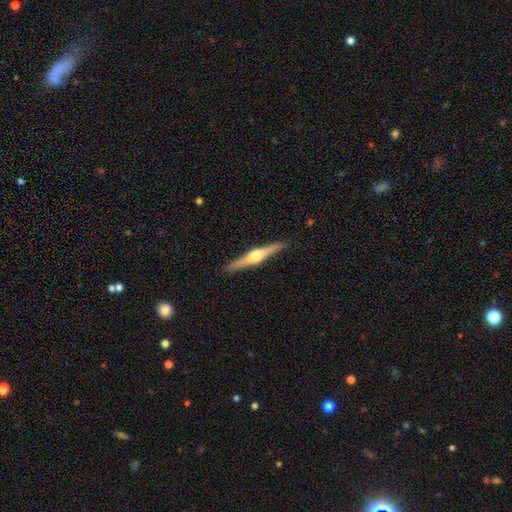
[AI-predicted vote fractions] Smooth or featured? featured or disk (75%)
Edge-on disk? yes (98%)
Edge-on bulge? rounded (93%)
Merging? none (91%)